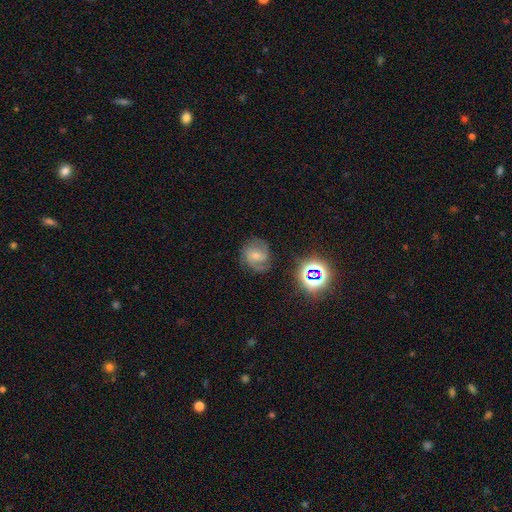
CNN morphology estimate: Smooth or featured?
  - featured or disk: 65% *
  - smooth: 21%
  - star or artifact: 13%
Edge-on disk?
  - no: 98% *
  - yes: 2%
Bar?
  - no: 48% *
  - weak: 40%
  - strong: 12%
Spiral arms?
  - yes: 92% *
  - no: 8%
Spiral winding?
  - medium: 47% *
  - tight: 38%
  - loose: 16%
Spiral arm count?
  - 2: 49% *
  - 3: 19%
  - can't tell: 18%
  - 1: 8%
  - 4: 3%
  - more than 4: 3%
Bulge size?
  - small: 56% *
  - moderate: 36%
  - none: 4%
  - large: 2%
  - dominant: 1%
Merging?
  - none: 67% *
  - minor disturbance: 20%
  - major disturbance: 11%
  - merger: 2%